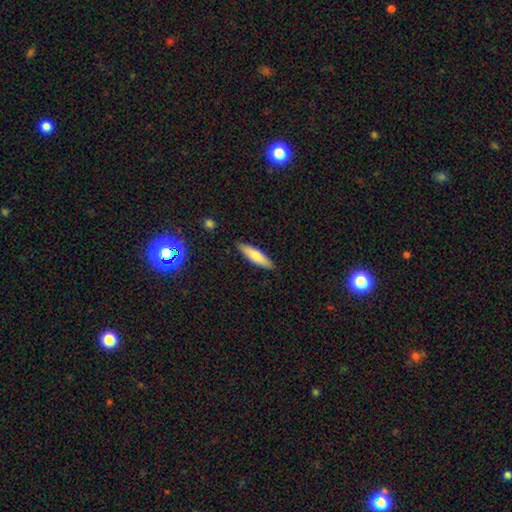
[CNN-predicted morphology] smooth_or_featured: smooth (p=0.72) [alt: featured or disk p=0.22]
how_rounded: cigar-shaped (p=0.69) [alt: in between p=0.29]
merging: none (p=0.88) [alt: minor disturbance p=0.09]